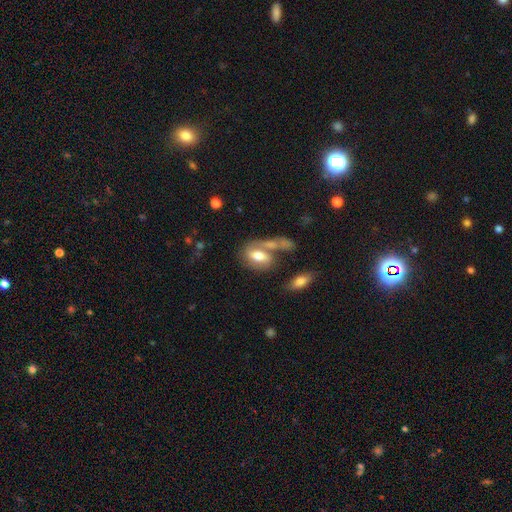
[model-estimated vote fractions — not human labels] The model was most divided on "merging": merger: 43%, none: 35%, minor disturbance: 11%, major disturbance: 11%. Remaining: smooth or featured — smooth (47%).